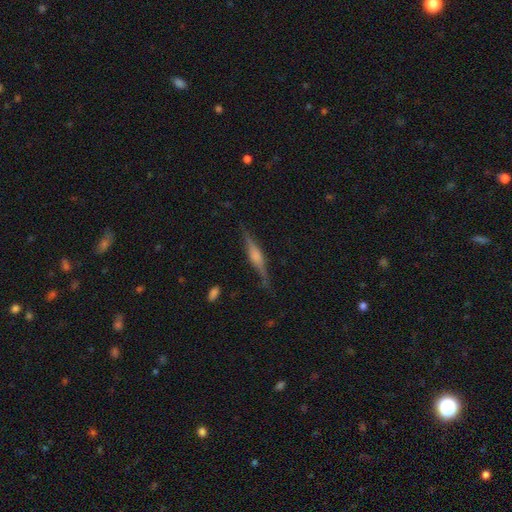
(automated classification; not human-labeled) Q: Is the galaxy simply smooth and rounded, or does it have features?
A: featured or disk — 71%.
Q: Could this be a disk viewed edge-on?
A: yes — 97%.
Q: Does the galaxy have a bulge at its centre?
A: rounded — 68%.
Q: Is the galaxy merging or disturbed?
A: none — 82%.